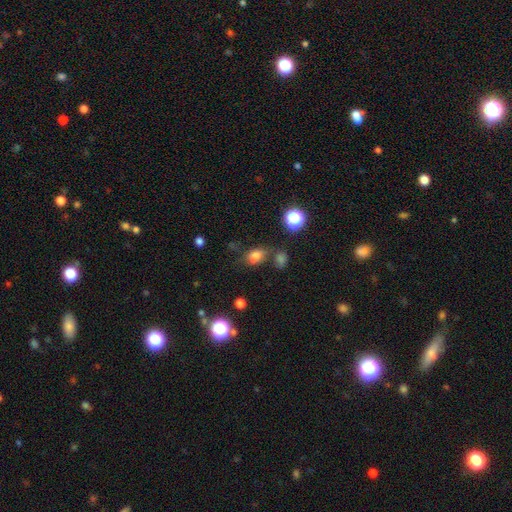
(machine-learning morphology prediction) smooth-or-featured: smooth: 74% | star or artifact: 17% | featured or disk: 9%
  how-rounded: in between: 72% | round: 26% | cigar-shaped: 2%
  merging: none: 60% | minor disturbance: 19% | merger: 14% | major disturbance: 8%